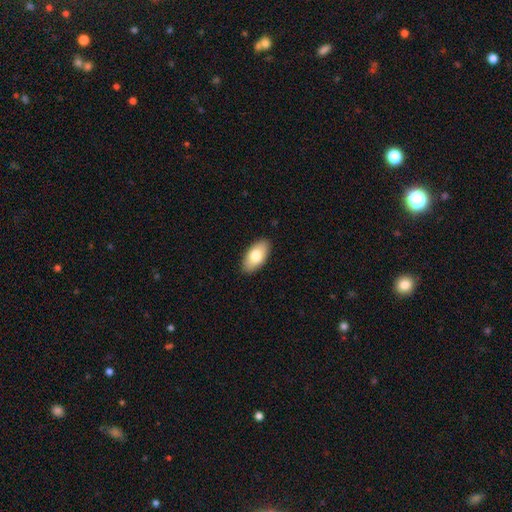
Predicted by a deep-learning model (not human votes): A smooth galaxy with no disk features (77%) that is in between round and cigar-shaped (94%). Merging: none (89%).